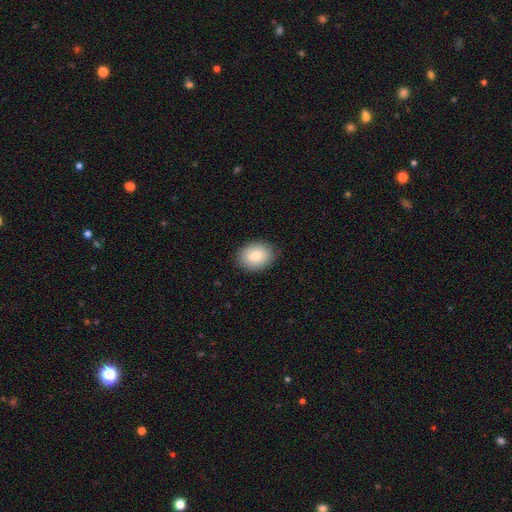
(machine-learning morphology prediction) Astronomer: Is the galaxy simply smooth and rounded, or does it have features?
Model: smooth — 82%.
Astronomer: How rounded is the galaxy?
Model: in between — 54% (runner-up: round, 45%).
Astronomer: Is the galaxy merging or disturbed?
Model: none — 87%.